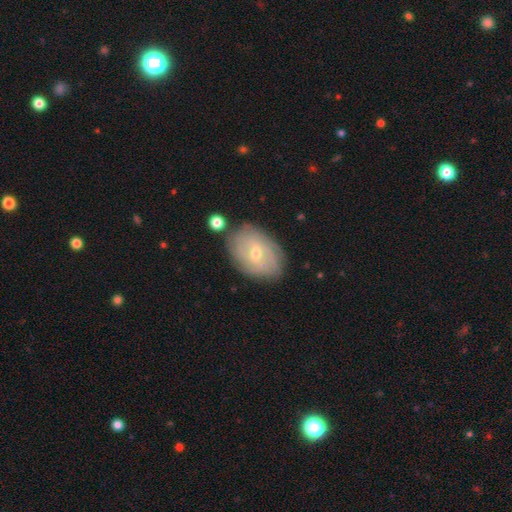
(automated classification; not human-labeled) The model was most divided on "smooth or featured": featured or disk: 45%, smooth: 38%, star or artifact: 18%. More confident: merging — none (83%).